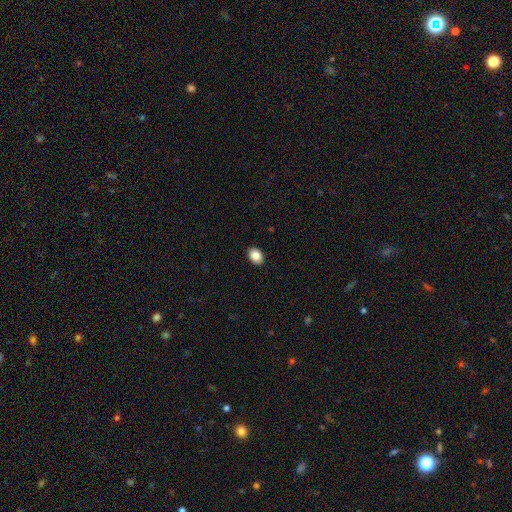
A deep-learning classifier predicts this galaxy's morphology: smooth 85%, star or artifact 8%, featured or disk 6%. Down the decision tree: how rounded — in between (74%); merging — none (91%).